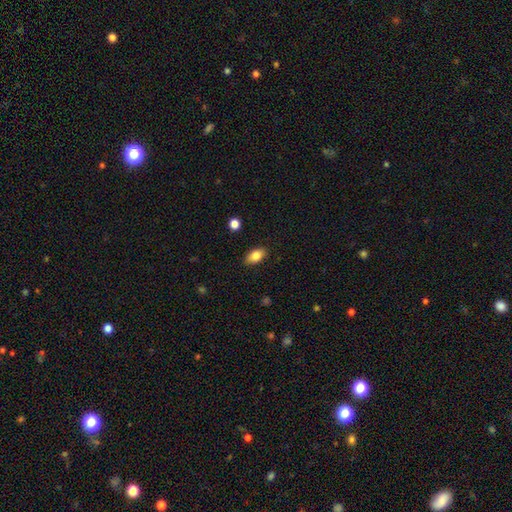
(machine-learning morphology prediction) This appears to be a smooth galaxy with no disk features (83%) that is in between round and cigar-shaped (89%). Merging: none (86%).